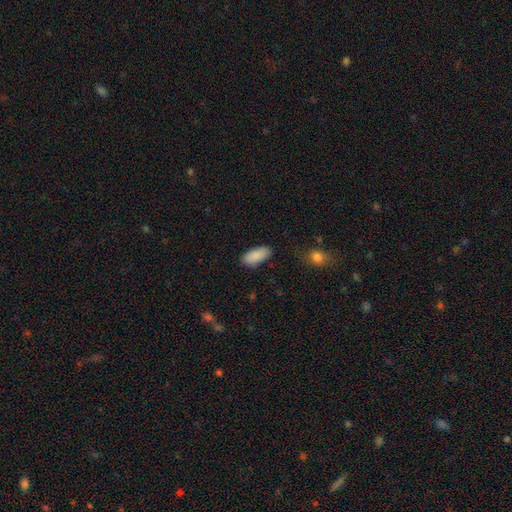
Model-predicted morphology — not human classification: Smooth or featured: smooth — 90% (star or artifact — 6%)
How rounded: in between — 88% (cigar-shaped — 10%)
Merging: none — 84% (minor disturbance — 11%)